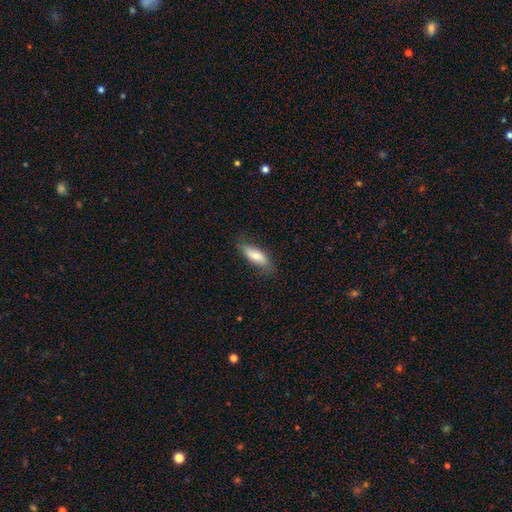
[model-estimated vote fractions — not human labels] This is likely a smooth galaxy (74%). How rounded: likely in between (66%). Merging: likely none (76%).